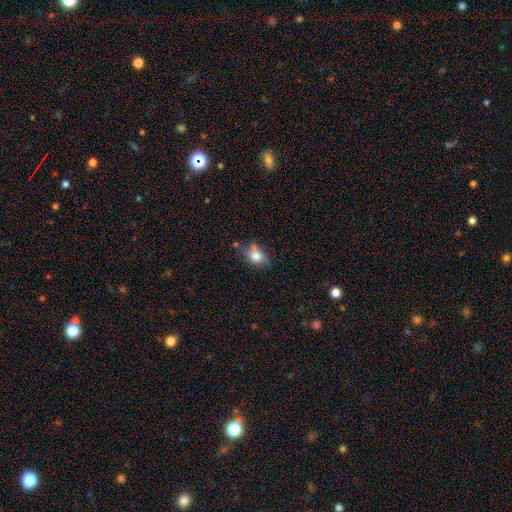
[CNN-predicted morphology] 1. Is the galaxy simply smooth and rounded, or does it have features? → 80% smooth, 11% featured or disk, 10% star or artifact.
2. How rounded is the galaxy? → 70% in between, 28% round, 2% cigar-shaped.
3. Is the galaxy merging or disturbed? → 54% none, 30% minor disturbance, 8% major disturbance, 8% merger.